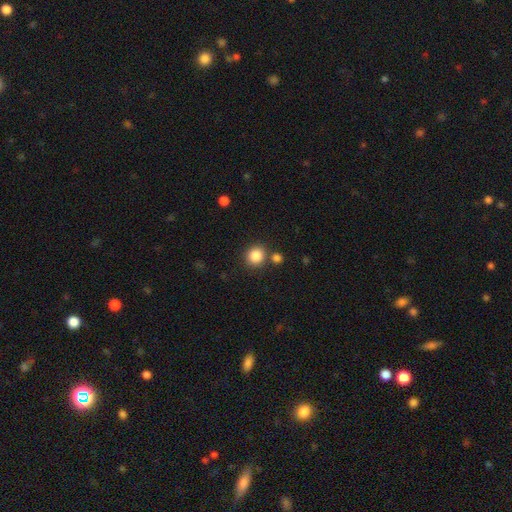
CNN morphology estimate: Smooth or featured?
  - smooth: 86% *
  - star or artifact: 10%
  - featured or disk: 4%
How rounded?
  - round: 88% *
  - in between: 11%
  - cigar-shaped: 1%
Merging?
  - none: 78% *
  - merger: 11%
  - minor disturbance: 8%
  - major disturbance: 3%